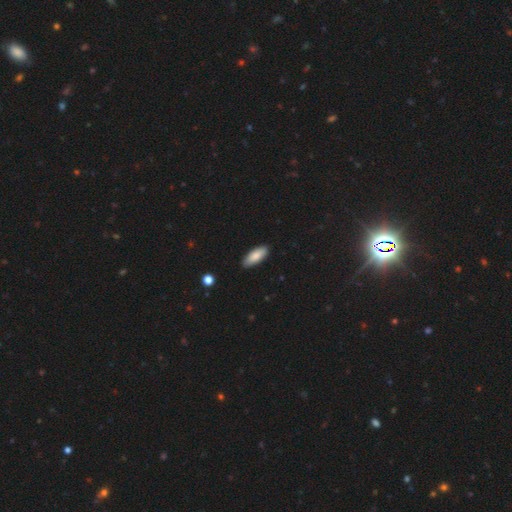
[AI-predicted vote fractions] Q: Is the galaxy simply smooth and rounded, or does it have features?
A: smooth — 86%.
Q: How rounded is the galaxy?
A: in between — 75%.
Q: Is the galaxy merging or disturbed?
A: none — 88%.